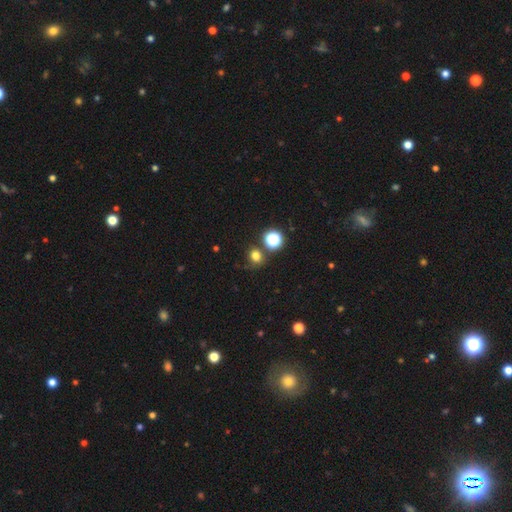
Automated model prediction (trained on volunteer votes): The model was most divided on "smooth or featured": smooth: 73%, star or artifact: 20%, featured or disk: 6%. More confident: how rounded — round (77%); merging — none (72%).